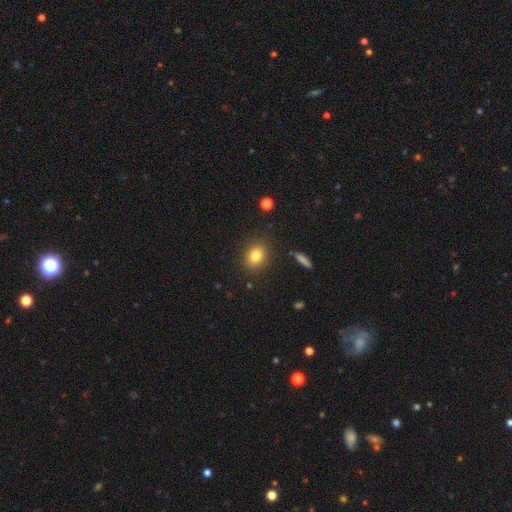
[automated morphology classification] smooth_or_featured: smooth (p=0.81) [alt: star or artifact p=0.11]
how_rounded: round (p=0.51) [alt: in between p=0.48]
merging: none (p=0.86) [alt: minor disturbance p=0.09]